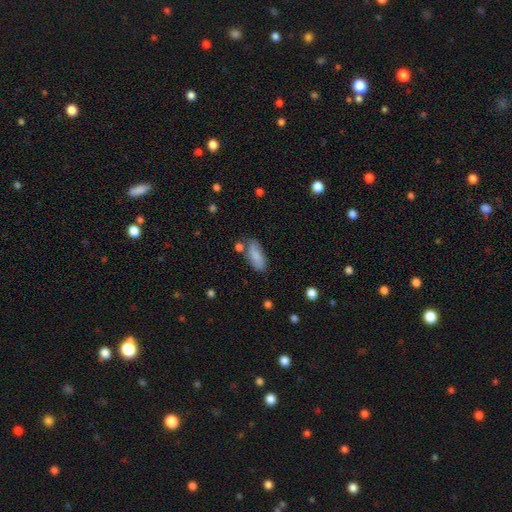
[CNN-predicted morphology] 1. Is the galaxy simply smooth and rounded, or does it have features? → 78% smooth, 15% featured or disk, 7% star or artifact.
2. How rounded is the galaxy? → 85% in between, 13% cigar-shaped, 3% round.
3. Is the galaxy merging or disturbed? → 69% none, 18% minor disturbance, 8% merger, 5% major disturbance.